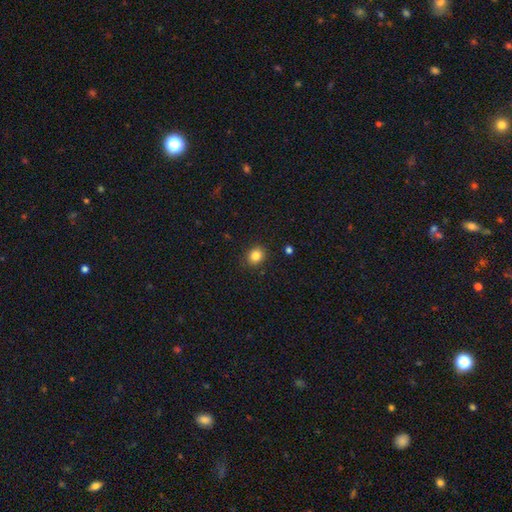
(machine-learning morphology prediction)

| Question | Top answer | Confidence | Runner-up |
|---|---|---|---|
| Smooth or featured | smooth | 84% | star or artifact (11%) |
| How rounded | round | 74% | in between (25%) |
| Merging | none | 89% | minor disturbance (8%) |